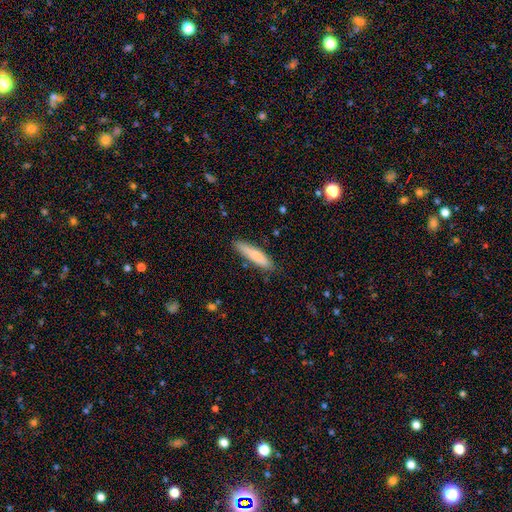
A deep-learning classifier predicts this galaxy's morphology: Q: Smooth or featured?
A: smooth (79%); runner-up: featured or disk (15%)
Q: How rounded?
A: cigar-shaped (80%); runner-up: in between (19%)
Q: Merging?
A: none (83%); runner-up: minor disturbance (13%)